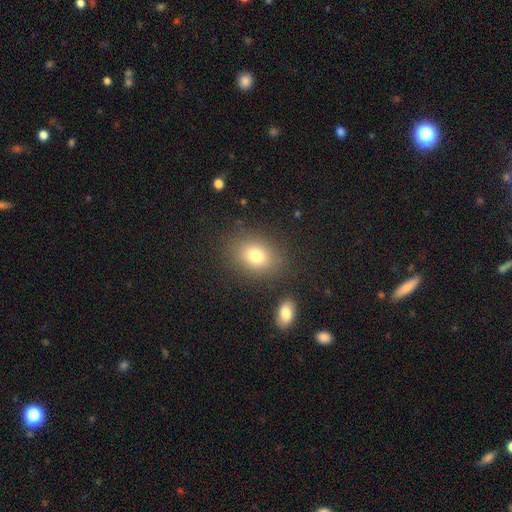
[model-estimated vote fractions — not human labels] Smooth or featured? Predicted: smooth (p=0.78). How rounded? Predicted: in between (p=0.56). Merging? Predicted: none (p=0.82).